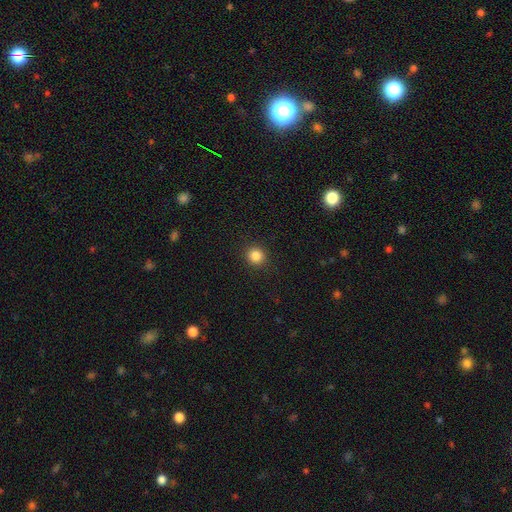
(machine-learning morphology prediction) type=smooth (85%); roundness=round (93%); merging=none (92%).